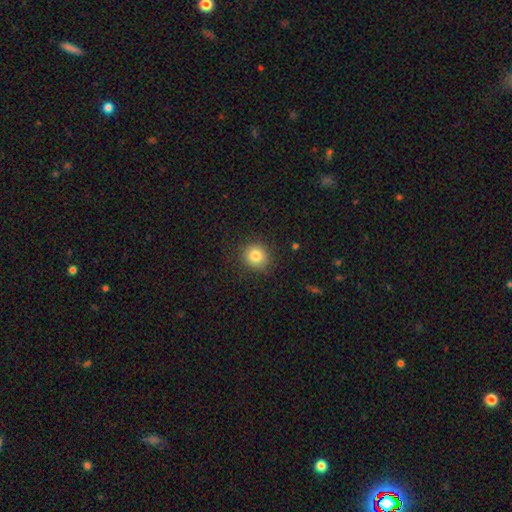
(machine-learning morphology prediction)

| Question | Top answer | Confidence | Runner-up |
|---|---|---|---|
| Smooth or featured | smooth | 82% | star or artifact (11%) |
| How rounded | round | 87% | in between (12%) |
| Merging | none | 88% | minor disturbance (8%) |